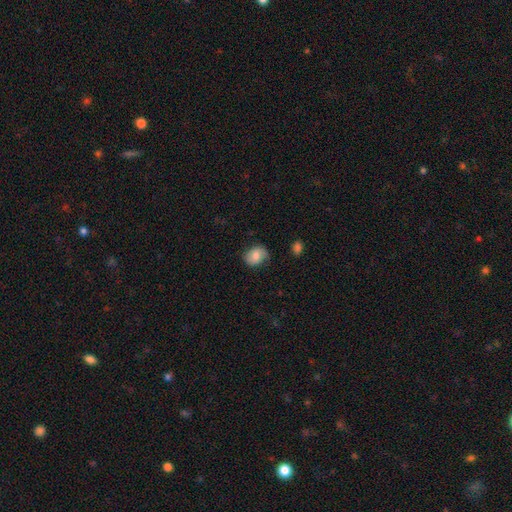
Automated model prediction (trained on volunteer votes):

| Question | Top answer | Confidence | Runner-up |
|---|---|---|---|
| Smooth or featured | smooth | 73% | featured or disk (19%) |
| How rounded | in between | 55% | round (44%) |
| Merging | none | 75% | minor disturbance (19%) |